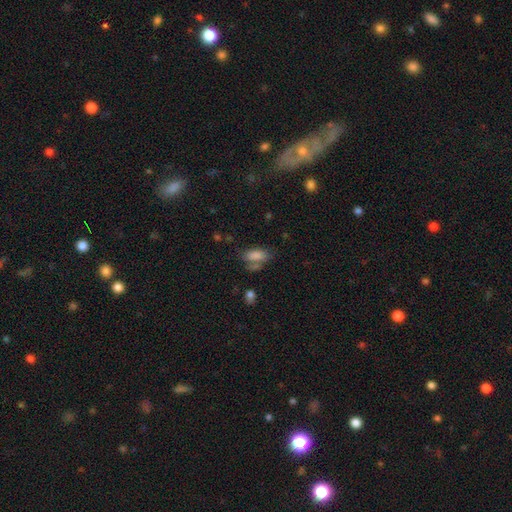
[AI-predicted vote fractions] Smooth or featured?
  - smooth: 82% *
  - star or artifact: 10%
  - featured or disk: 9%
How rounded?
  - in between: 88% *
  - cigar-shaped: 9%
  - round: 4%
Merging?
  - none: 52% *
  - minor disturbance: 20%
  - merger: 18%
  - major disturbance: 10%